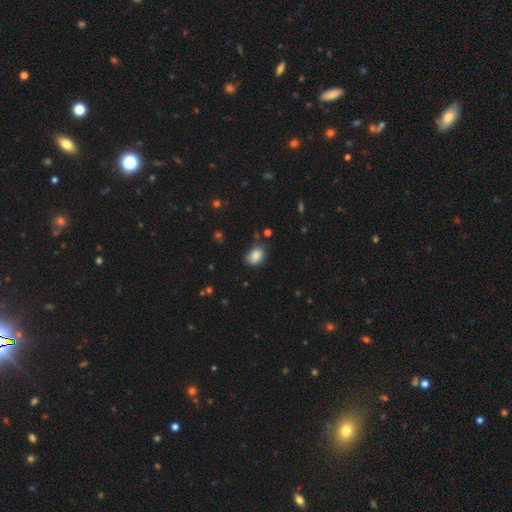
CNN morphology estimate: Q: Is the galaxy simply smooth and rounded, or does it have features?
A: smooth — 84%.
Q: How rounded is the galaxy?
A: in between — 74%.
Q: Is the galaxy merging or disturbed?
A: none — 63%.